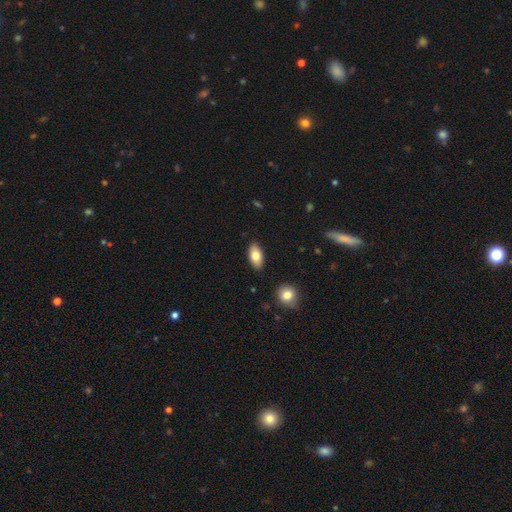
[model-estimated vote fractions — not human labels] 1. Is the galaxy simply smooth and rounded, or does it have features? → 78% smooth, 15% featured or disk, 7% star or artifact.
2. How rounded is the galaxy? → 91% in between, 5% cigar-shaped, 4% round.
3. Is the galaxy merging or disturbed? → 88% none, 9% minor disturbance, 2% major disturbance, 2% merger.